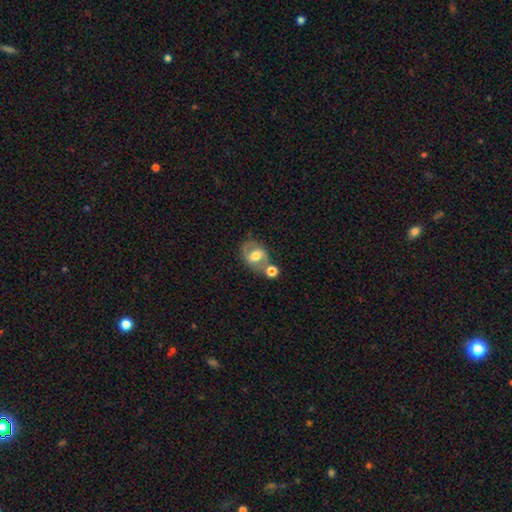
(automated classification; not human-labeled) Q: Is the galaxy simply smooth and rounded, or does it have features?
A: featured or disk — 51%.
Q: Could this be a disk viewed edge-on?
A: no — 95%.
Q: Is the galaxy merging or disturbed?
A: none — 51%.